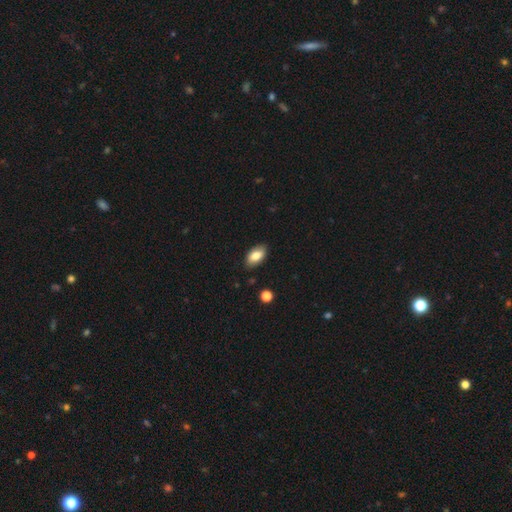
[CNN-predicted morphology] Q: Smooth or featured?
A: smooth (82%); runner-up: featured or disk (11%)
Q: How rounded?
A: in between (93%); runner-up: round (5%)
Q: Merging?
A: none (86%); runner-up: minor disturbance (11%)